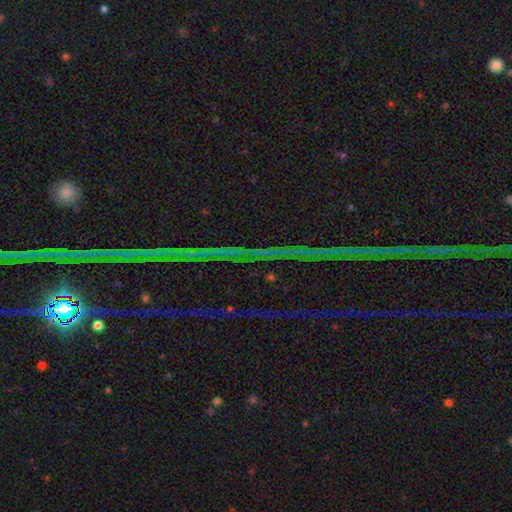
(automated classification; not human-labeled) Smooth or featured?
  - star or artifact: 88% *
  - featured or disk: 7%
  - smooth: 5%